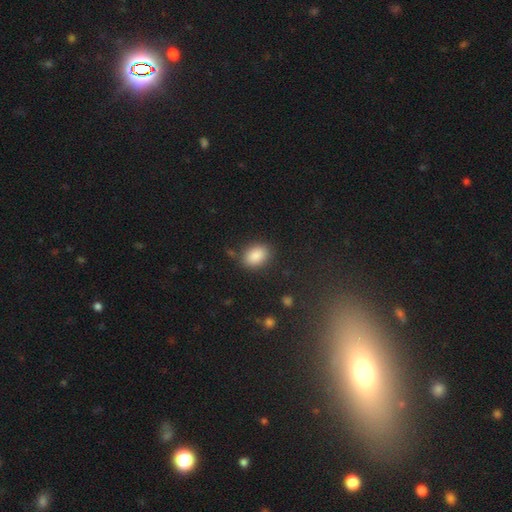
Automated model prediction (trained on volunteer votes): Overall: smooth (87%). How rounded: in between (78%). Merging: none (81%).